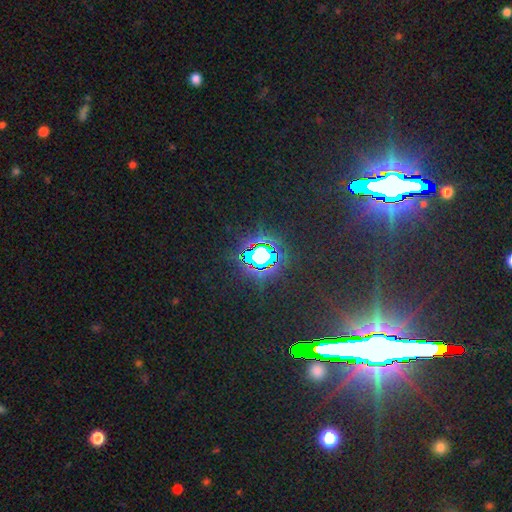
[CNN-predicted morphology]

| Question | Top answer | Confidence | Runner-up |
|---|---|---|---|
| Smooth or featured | star or artifact | 75% | smooth (15%) |